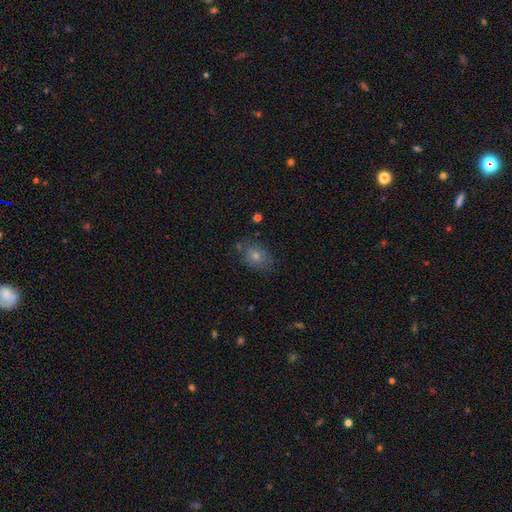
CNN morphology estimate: Smooth or featured?
  - smooth: 58% *
  - featured or disk: 21%
  - star or artifact: 21%
How rounded?
  - in between: 57% *
  - round: 41%
  - cigar-shaped: 2%
Merging?
  - none: 77% *
  - minor disturbance: 15%
  - major disturbance: 4%
  - merger: 3%